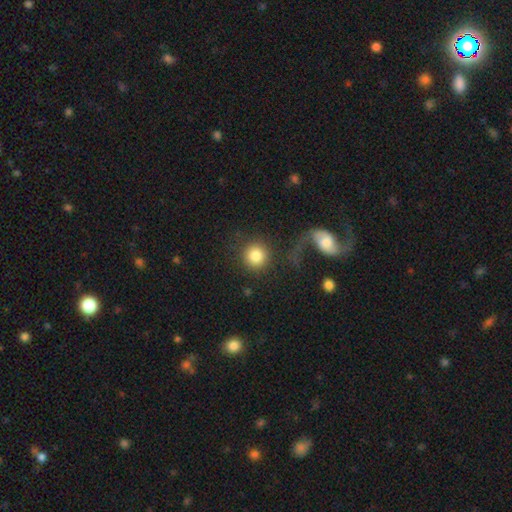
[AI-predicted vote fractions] Smooth or featured? Predicted: smooth (p=0.83). How rounded? Predicted: round (p=0.93). Merging? Predicted: none (p=0.73).